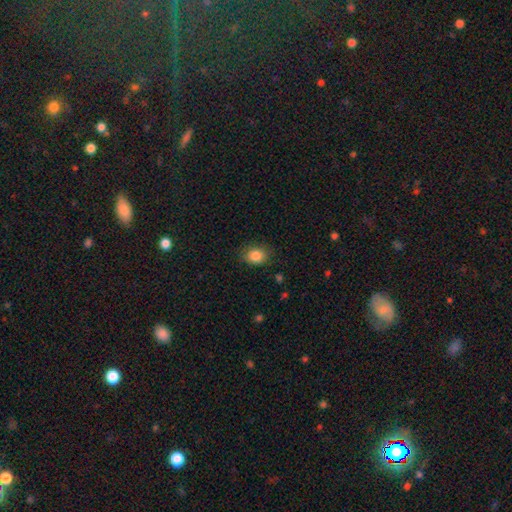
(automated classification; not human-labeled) smooth-or-featured: smooth: 85% | star or artifact: 9% | featured or disk: 5%
  how-rounded: in between: 50% | round: 49% | cigar-shaped: 1%
  merging: none: 82% | minor disturbance: 14% | major disturbance: 3% | merger: 1%